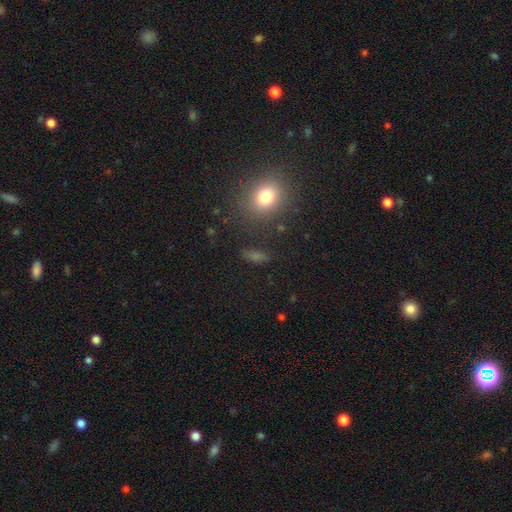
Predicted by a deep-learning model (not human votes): Smooth or featured? Predicted: smooth (p=0.55). How rounded? Predicted: in between (p=0.50). Merging? Predicted: none (p=0.83).